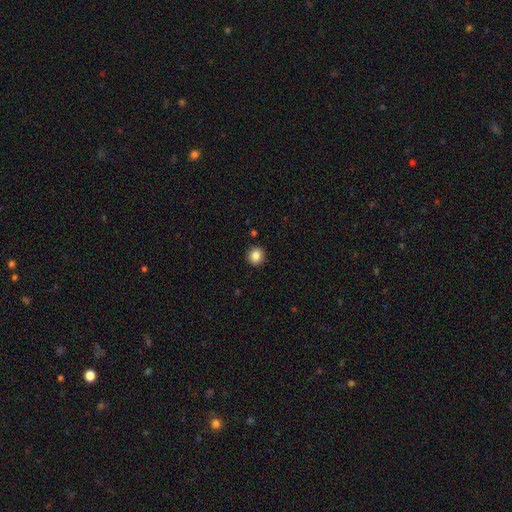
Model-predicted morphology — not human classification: Smooth or featured?
  - smooth: 86% *
  - star or artifact: 10%
  - featured or disk: 5%
How rounded?
  - round: 86% *
  - in between: 13%
  - cigar-shaped: 1%
Merging?
  - none: 92% *
  - minor disturbance: 6%
  - major disturbance: 2%
  - merger: 1%